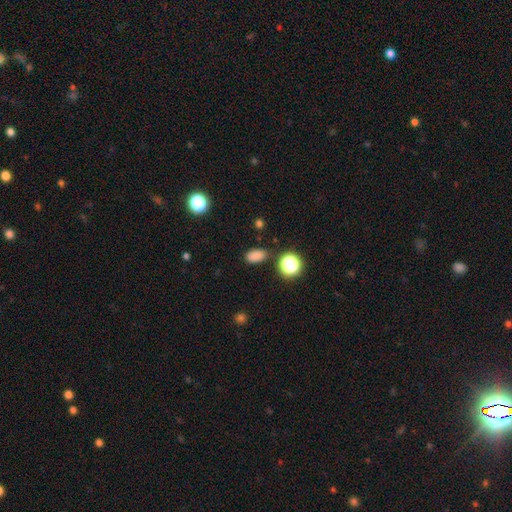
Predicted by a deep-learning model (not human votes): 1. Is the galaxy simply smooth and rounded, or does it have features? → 81% smooth, 15% star or artifact, 4% featured or disk.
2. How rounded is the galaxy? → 86% in between, 12% round, 2% cigar-shaped.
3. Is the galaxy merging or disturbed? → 83% none, 11% minor disturbance, 3% merger, 3% major disturbance.